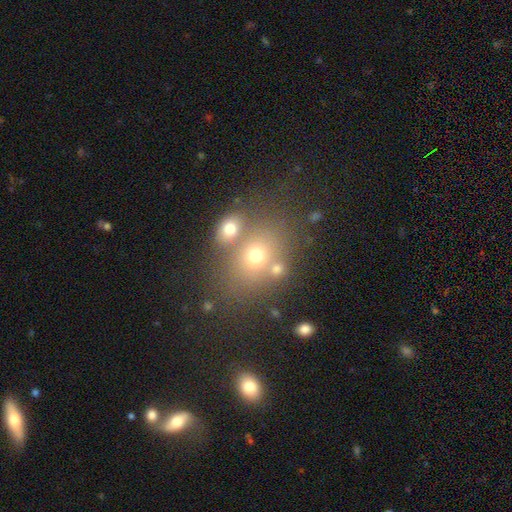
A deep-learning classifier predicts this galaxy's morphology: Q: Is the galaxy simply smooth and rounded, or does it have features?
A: smooth — 66%.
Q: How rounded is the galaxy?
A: in between — 51%.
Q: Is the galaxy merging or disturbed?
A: none — 53%.